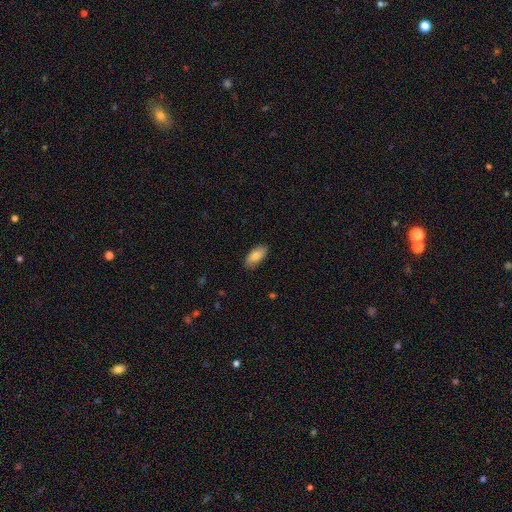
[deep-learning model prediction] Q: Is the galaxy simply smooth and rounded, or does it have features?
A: smooth — 83%.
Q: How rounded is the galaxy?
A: in between — 90%.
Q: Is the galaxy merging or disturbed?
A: none — 86%.